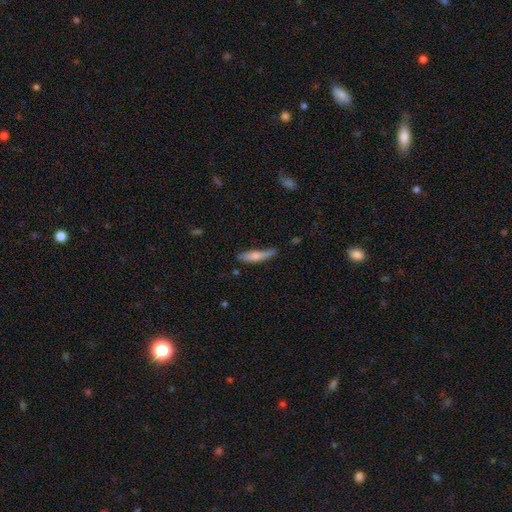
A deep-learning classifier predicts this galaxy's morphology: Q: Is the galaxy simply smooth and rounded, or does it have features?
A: smooth — 65%.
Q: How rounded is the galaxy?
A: cigar-shaped — 82%.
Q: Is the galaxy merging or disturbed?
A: none — 67%.